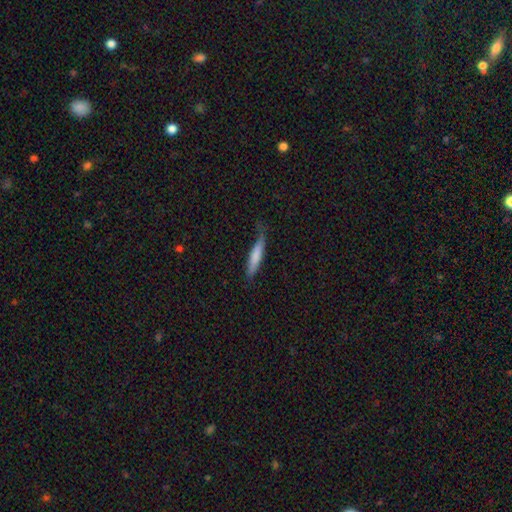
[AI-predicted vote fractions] This appears to be a smooth galaxy with no disk features (74%) that is cigar-shaped (88%). Merging: none (64%).